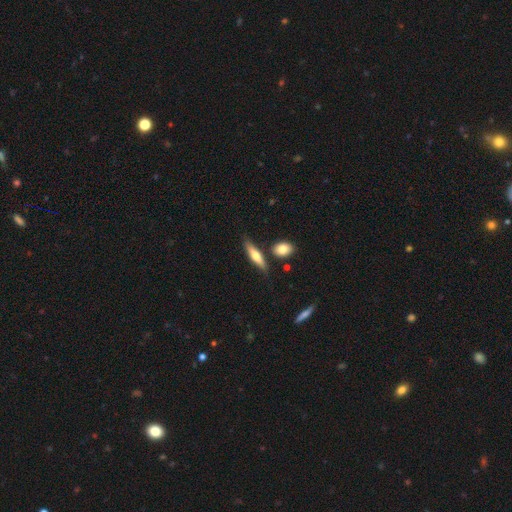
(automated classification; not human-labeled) smooth_or_featured: smooth (p=0.55) [alt: featured or disk p=0.39]
how_rounded: cigar-shaped (p=0.69) [alt: in between p=0.28]
merging: none (p=0.74) [alt: minor disturbance p=0.14]